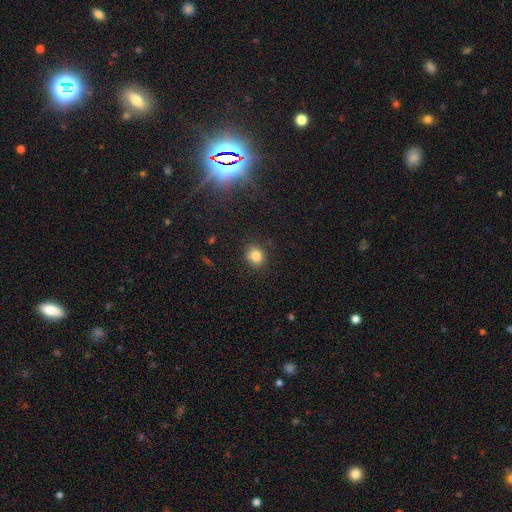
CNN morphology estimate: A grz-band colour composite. It shows a smooth galaxy with no disk features (82%) that is round (70%). Merging: none (86%).